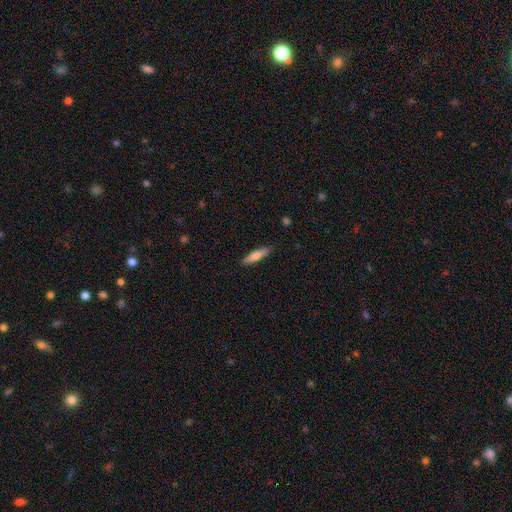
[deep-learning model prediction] A smooth galaxy with no disk features (72%) that is cigar-shaped (80%). Merging: none (87%).